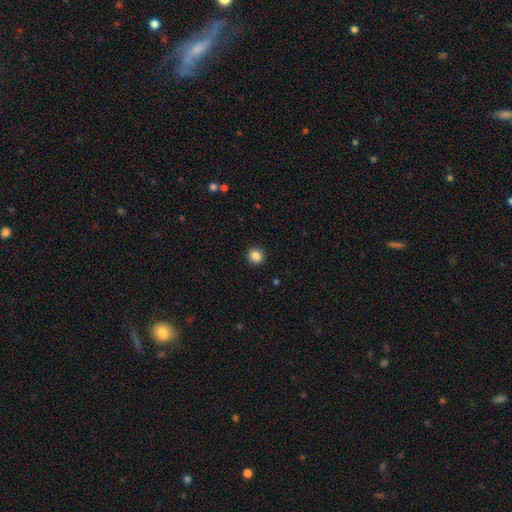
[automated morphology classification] Smooth or featured?
  - smooth: 86% *
  - star or artifact: 10%
  - featured or disk: 4%
How rounded?
  - round: 86% *
  - in between: 13%
  - cigar-shaped: 1%
Merging?
  - none: 92% *
  - minor disturbance: 5%
  - major disturbance: 2%
  - merger: 1%